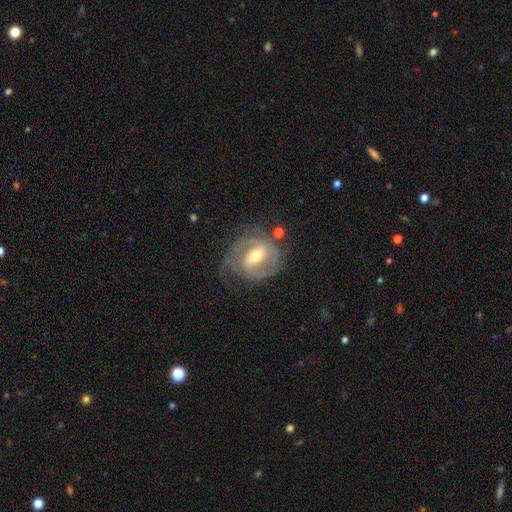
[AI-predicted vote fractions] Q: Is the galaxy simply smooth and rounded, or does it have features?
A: featured or disk — 90%.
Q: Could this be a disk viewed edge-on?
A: no — 97%.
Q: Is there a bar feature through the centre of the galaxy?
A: weak — 43%.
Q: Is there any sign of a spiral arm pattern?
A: yes — 97%.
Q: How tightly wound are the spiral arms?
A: tight — 49%.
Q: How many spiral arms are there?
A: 2 — 61%.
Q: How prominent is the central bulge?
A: moderate — 59%.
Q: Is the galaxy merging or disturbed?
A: none — 67%.